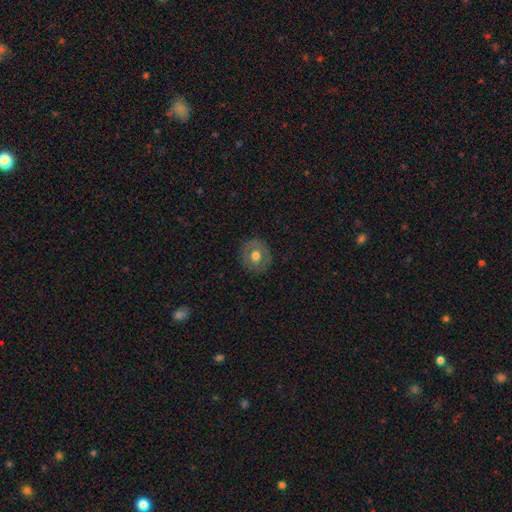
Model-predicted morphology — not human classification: type=smooth (55%); roundness=round (86%); merging=none (86%).